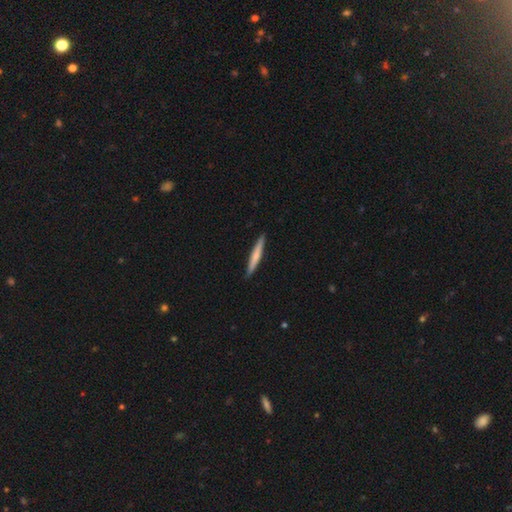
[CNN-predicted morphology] smooth 64%, featured or disk 31%, star or artifact 5%. Down the decision tree: how rounded — cigar-shaped (96%); merging — none (91%).